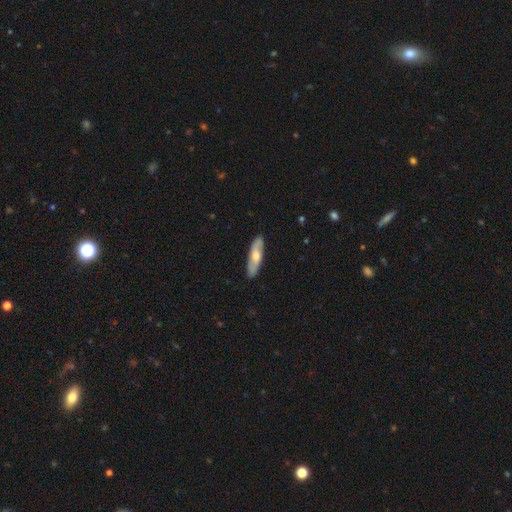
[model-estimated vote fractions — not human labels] Q: Smooth or featured?
A: smooth (51%); runner-up: featured or disk (45%)
Q: How rounded?
A: cigar-shaped (60%); runner-up: in between (38%)
Q: Merging?
A: none (87%); runner-up: minor disturbance (10%)